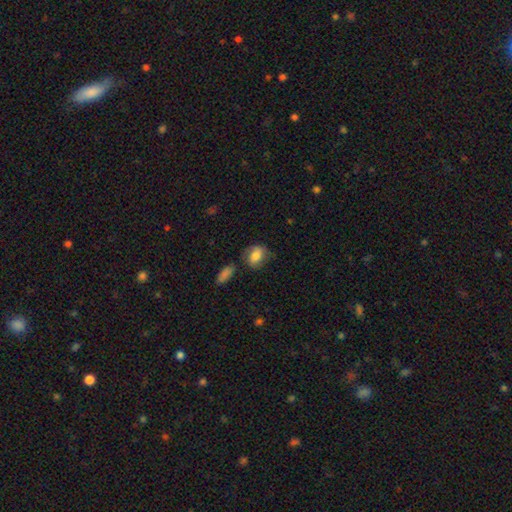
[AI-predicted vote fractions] Smooth or featured?
  - smooth: 73% *
  - featured or disk: 19%
  - star or artifact: 8%
How rounded?
  - in between: 63% *
  - round: 35%
  - cigar-shaped: 2%
Merging?
  - none: 56% *
  - minor disturbance: 26%
  - major disturbance: 11%
  - merger: 6%